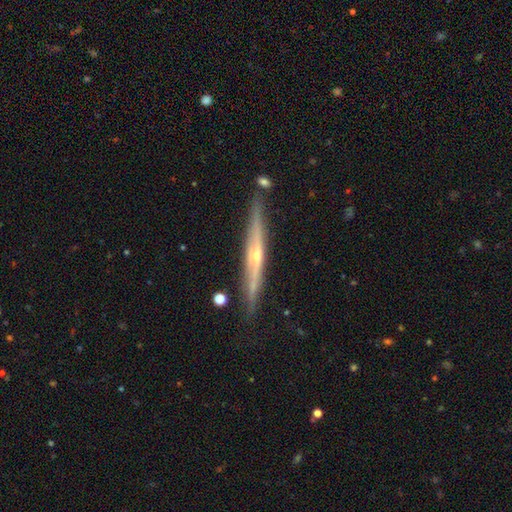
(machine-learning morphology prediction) Overall: featured or disk (77%). Edge-on disk: yes (97%). Edge-on bulge: rounded (72%). Merging: none (85%).